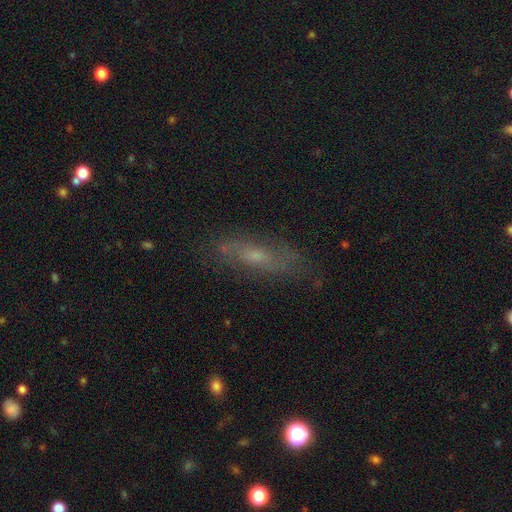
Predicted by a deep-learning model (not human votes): This appears to be a featured or disk galaxy (53%). Merging: none (73%).